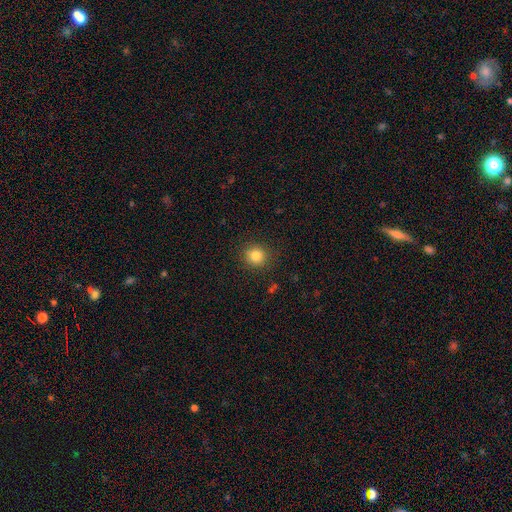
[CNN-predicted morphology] smooth-or-featured: smooth: 83% | star or artifact: 12% | featured or disk: 6%
  how-rounded: round: 89% | in between: 10% | cigar-shaped: 1%
  merging: none: 89% | minor disturbance: 7% | major disturbance: 2% | merger: 1%